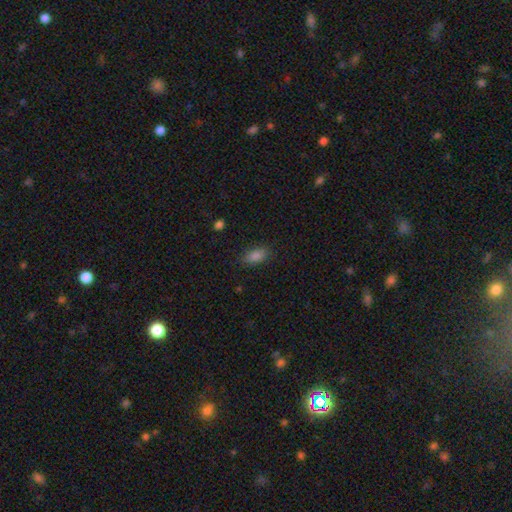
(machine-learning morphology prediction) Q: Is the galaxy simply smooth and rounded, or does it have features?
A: smooth — 85%.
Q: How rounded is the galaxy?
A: in between — 89%.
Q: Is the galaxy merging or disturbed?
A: none — 87%.